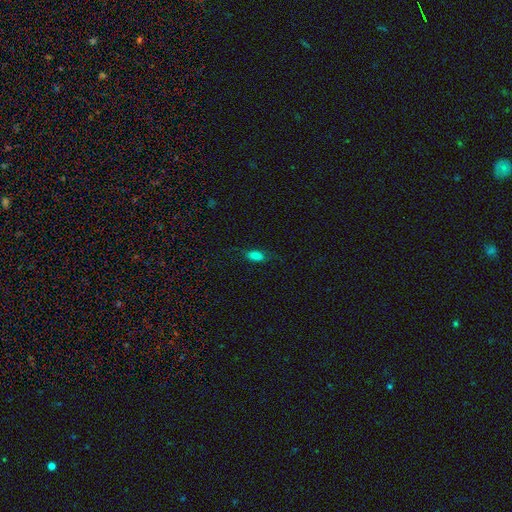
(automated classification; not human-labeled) This appears to be a smooth galaxy with no disk features (78%) that is in between round and cigar-shaped (85%). Merging: none (70%).